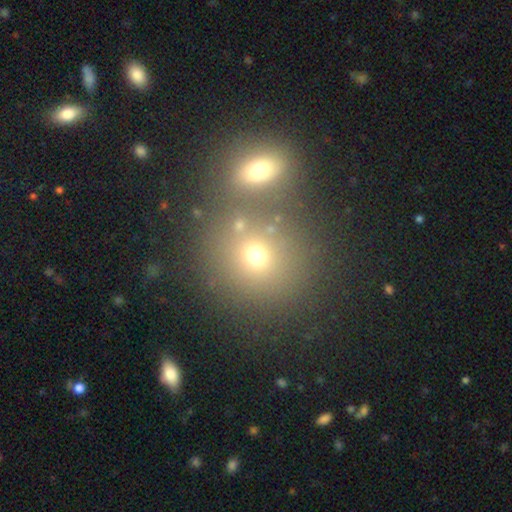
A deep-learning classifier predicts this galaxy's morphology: The model was most divided on "merging": none: 56%, merger: 32%, minor disturbance: 8%, major disturbance: 4%. More confident: how rounded — round (79%); smooth or featured — smooth (68%).